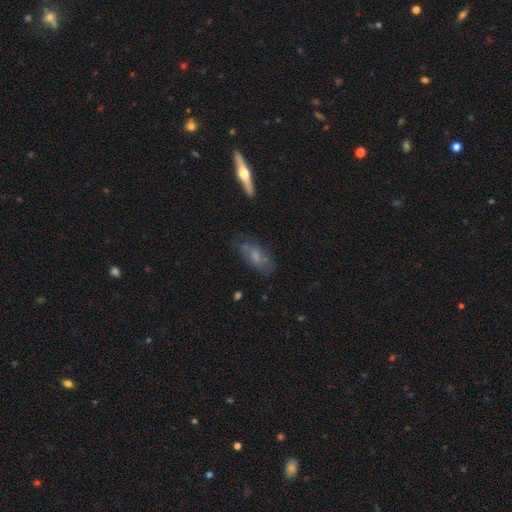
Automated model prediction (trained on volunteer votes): This appears to be a smooth galaxy with no disk features (51%) that is in between round and cigar-shaped (75%). Merging: none (64%).